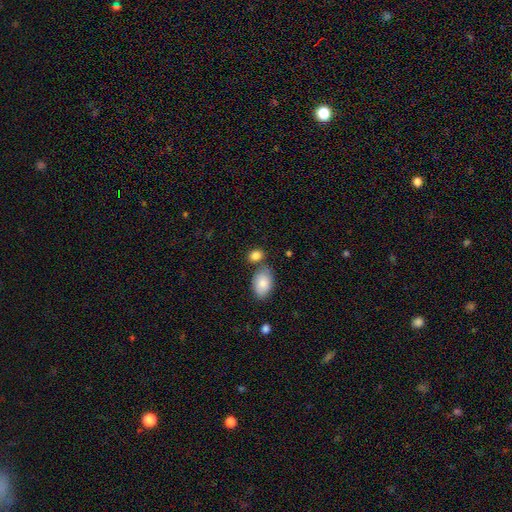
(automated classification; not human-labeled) A smooth galaxy with no disk features (85%) that is in between round and cigar-shaped (64%).

Vote fractions:
- Smooth or featured? smooth: 85% / star or artifact: 9% / featured or disk: 7%
- How rounded? in between: 64% / round: 34% / cigar-shaped: 2%
- Merging? none: 59% / merger: 24% / minor disturbance: 13% / major disturbance: 4%